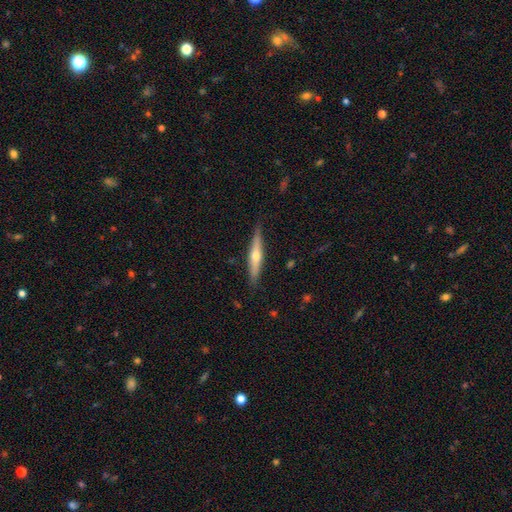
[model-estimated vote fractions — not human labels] This is possibly a featured or disk galaxy (57%). It is clearly viewed edge-on (93%). Edge-on bulge: clearly rounded (87%). Merging: clearly none (84%).